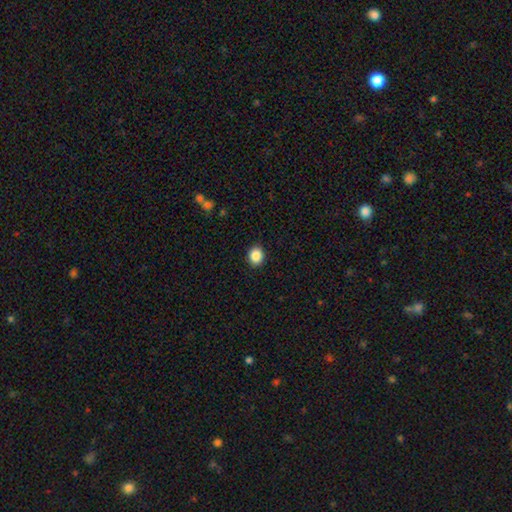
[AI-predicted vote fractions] smooth 88%, star or artifact 9%, featured or disk 3%. Down the decision tree: how rounded — round (65%); merging — none (91%).